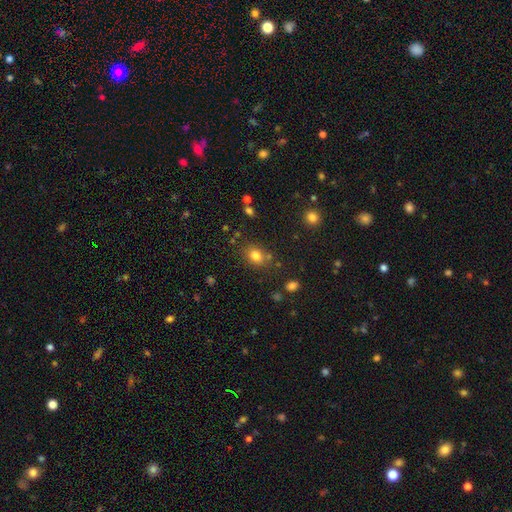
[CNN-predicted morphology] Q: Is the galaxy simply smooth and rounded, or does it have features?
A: smooth — 80%.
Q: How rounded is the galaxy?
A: in between — 58%.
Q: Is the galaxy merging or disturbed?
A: none — 74%.